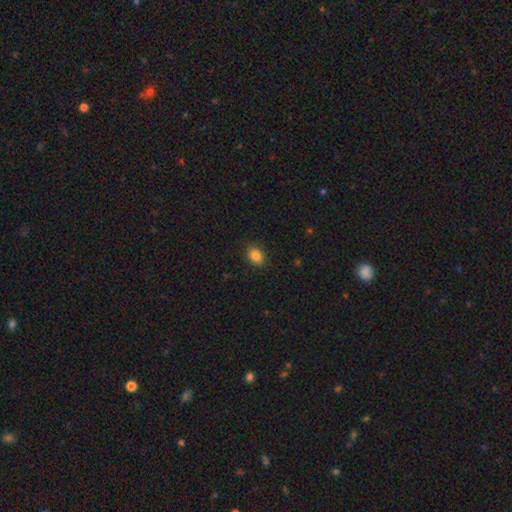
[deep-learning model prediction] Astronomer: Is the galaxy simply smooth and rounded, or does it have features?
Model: smooth — 85%.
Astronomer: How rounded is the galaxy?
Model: in between — 67%.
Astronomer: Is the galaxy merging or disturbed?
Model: none — 89%.